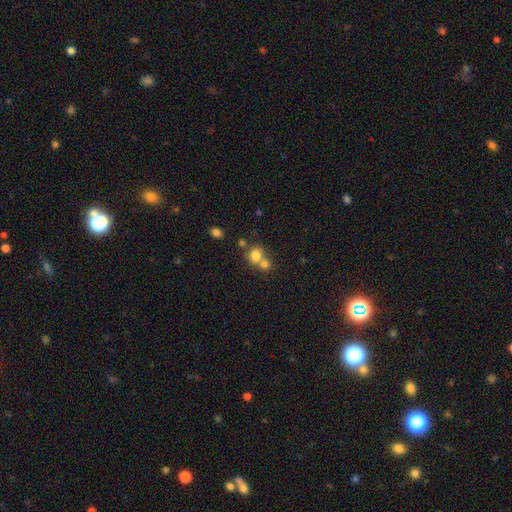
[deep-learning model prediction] Smooth or featured? Predicted: smooth (p=0.77). How rounded? Predicted: round (p=0.82). Merging? Predicted: merger (p=0.51).